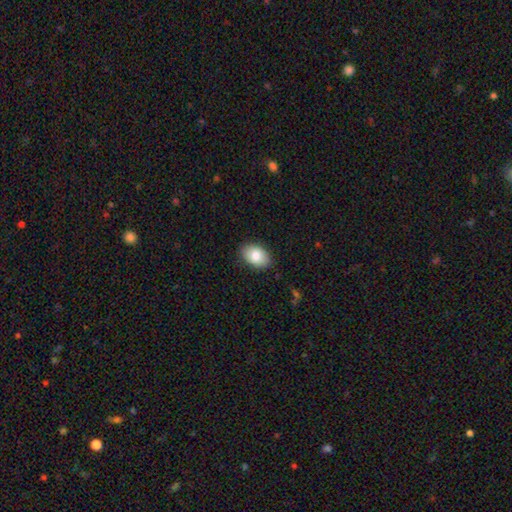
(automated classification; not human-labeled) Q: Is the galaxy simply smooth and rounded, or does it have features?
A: smooth — 83%.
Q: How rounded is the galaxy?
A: in between — 88%.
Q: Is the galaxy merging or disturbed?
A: none — 86%.